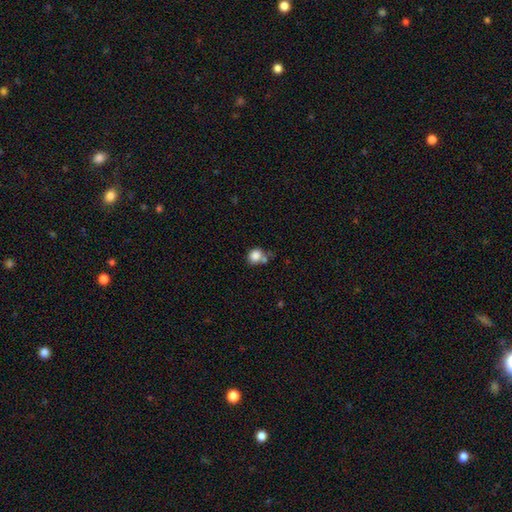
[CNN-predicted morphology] This appears to be a smooth galaxy with no disk features (84%) that is round (78%). Merging: none (56%).